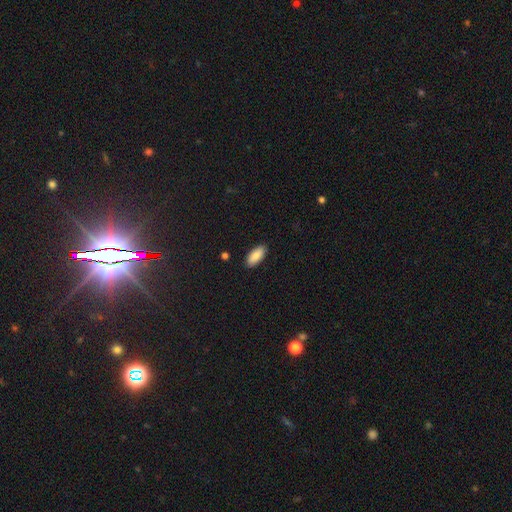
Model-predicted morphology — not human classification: smooth-or-featured: smooth: 86% | featured or disk: 8% | star or artifact: 6%
  how-rounded: in between: 89% | cigar-shaped: 9% | round: 2%
  merging: none: 89% | minor disturbance: 8% | major disturbance: 2% | merger: 1%